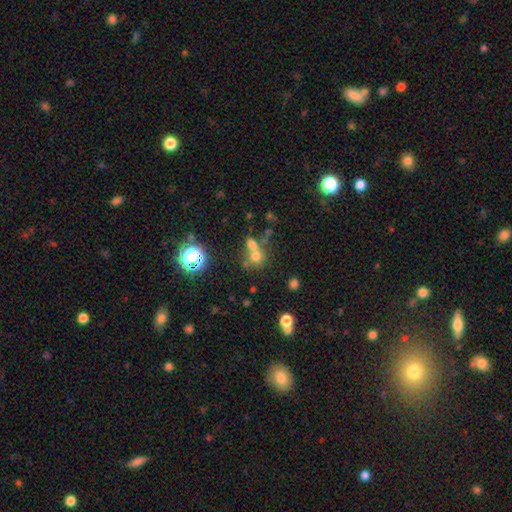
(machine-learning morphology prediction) A smooth galaxy with no disk features (64%) that is round (80%). Merging: merger (46%).